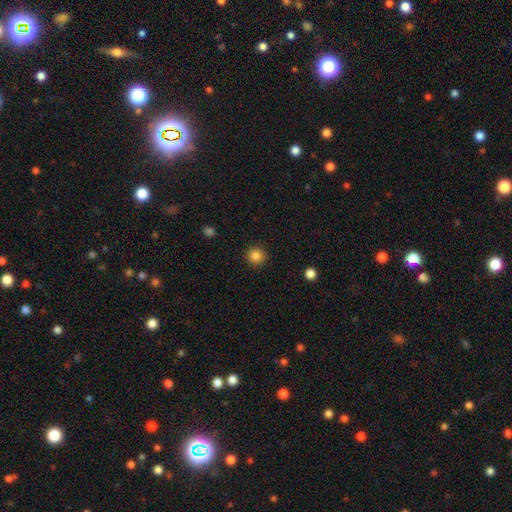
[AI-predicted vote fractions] Q: Smooth or featured?
A: smooth (85%); runner-up: star or artifact (11%)
Q: How rounded?
A: round (90%); runner-up: in between (9%)
Q: Merging?
A: none (90%); runner-up: minor disturbance (6%)